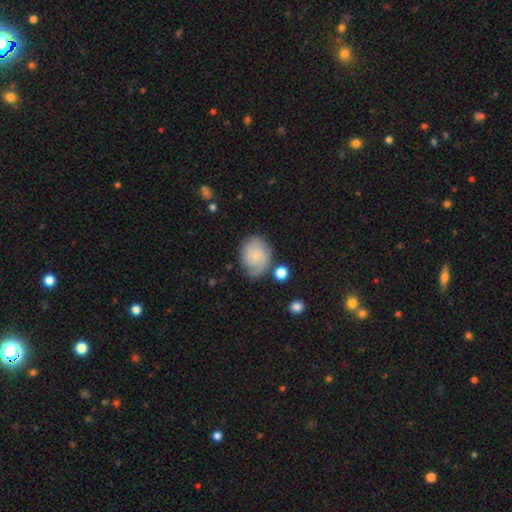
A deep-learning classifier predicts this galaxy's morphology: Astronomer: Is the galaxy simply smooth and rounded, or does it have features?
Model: featured or disk — 50% (runner-up: smooth, 42%).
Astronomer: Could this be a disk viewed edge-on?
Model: no — 97%.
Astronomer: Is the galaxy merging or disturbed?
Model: none — 67%.